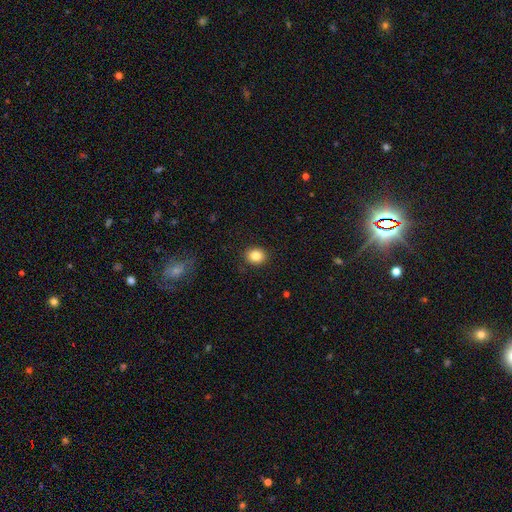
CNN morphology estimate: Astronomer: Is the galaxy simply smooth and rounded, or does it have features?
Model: smooth — 84%.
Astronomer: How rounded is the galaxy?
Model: round — 62%.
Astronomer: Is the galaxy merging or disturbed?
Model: none — 89%.